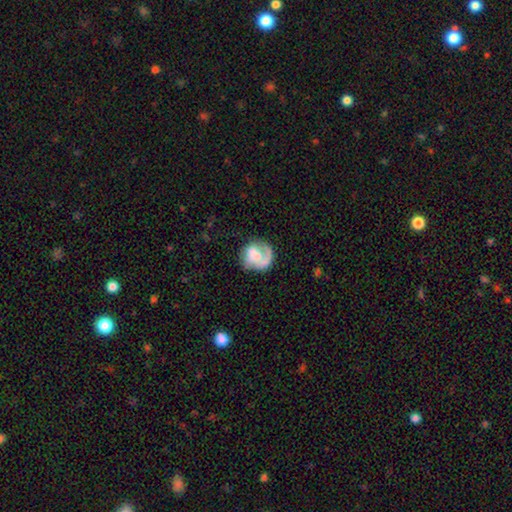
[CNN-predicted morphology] This appears to be a featured or disk galaxy (53%) with no bar (57%), spiral arms (69%) and a moderate central bulge (32%). Merging: none (51%).